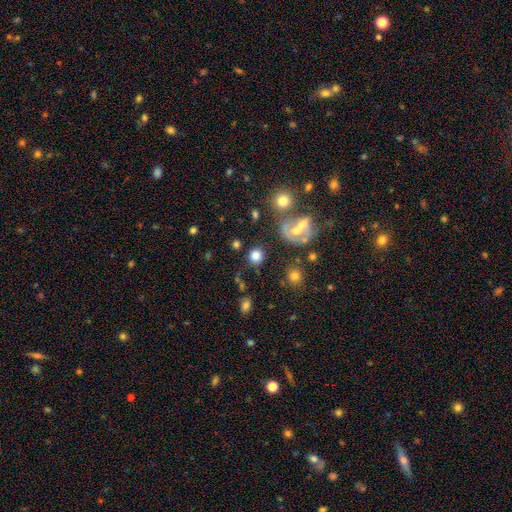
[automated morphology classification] This is likely a smooth galaxy (79%). How rounded: clearly round (86%). Merging: likely none (74%).